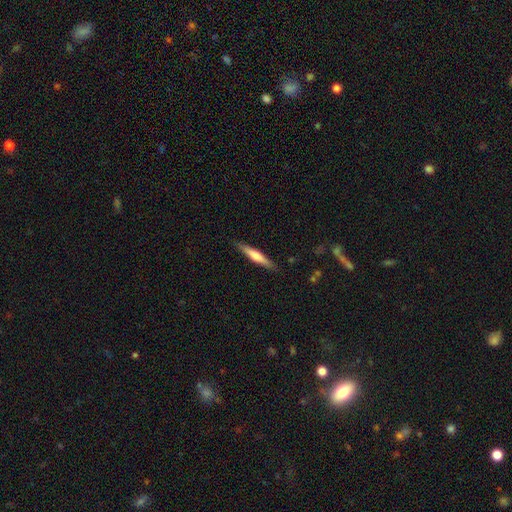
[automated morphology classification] This is possibly a smooth galaxy (51%). How rounded: clearly cigar-shaped (92%). Merging: clearly none (88%).